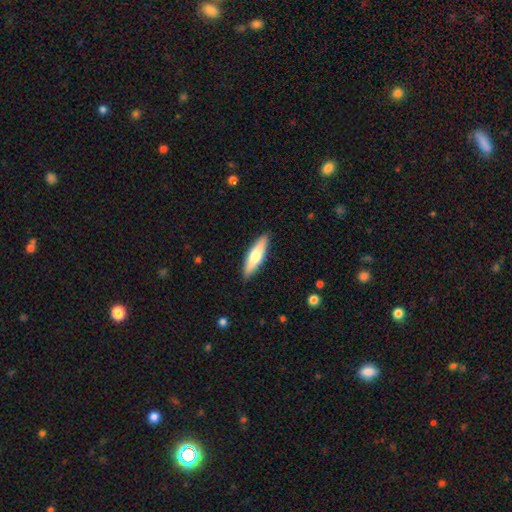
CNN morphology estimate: This appears to be a smooth galaxy with no disk features (57%) that is cigar-shaped (72%). Merging: none (89%).